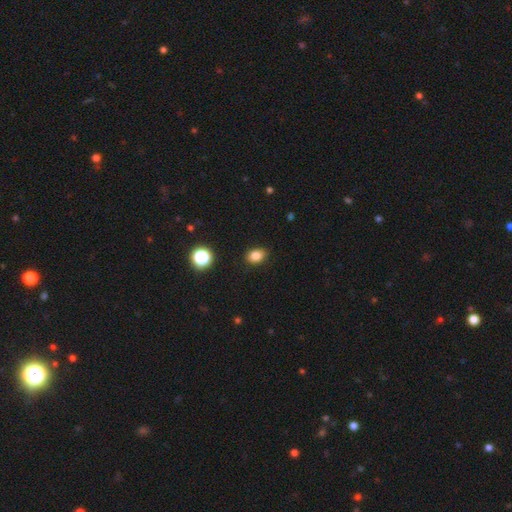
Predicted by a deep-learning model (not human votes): smooth-or-featured: smooth: 83% | star or artifact: 12% | featured or disk: 5%
  how-rounded: in between: 71% | round: 27% | cigar-shaped: 1%
  merging: none: 87% | minor disturbance: 9% | major disturbance: 2% | merger: 1%